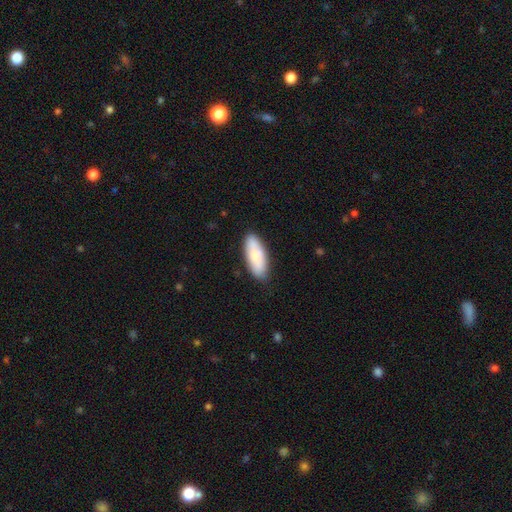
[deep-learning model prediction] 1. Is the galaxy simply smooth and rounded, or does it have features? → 81% smooth, 14% featured or disk, 6% star or artifact.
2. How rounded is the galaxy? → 78% in between, 20% cigar-shaped, 2% round.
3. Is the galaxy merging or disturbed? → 83% none, 13% minor disturbance, 2% major disturbance, 1% merger.